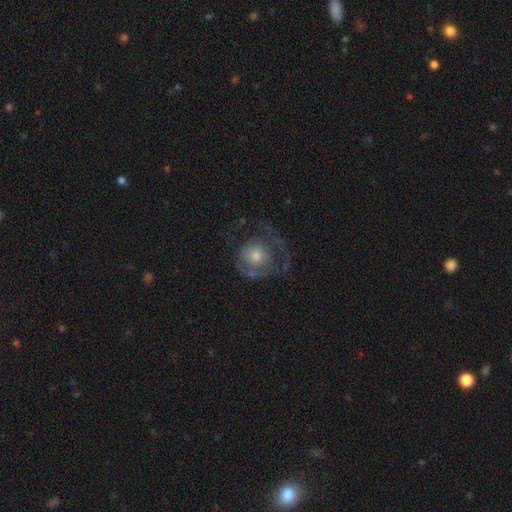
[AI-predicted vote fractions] Smooth or featured? Predicted: featured or disk (p=0.55). Edge-on disk? Predicted: no (p=0.97). Bar? Predicted: no (p=0.86). Spiral arms? Predicted: yes (p=0.53). Bulge size? Predicted: moderate (p=0.57). Merging? Predicted: none (p=0.45).